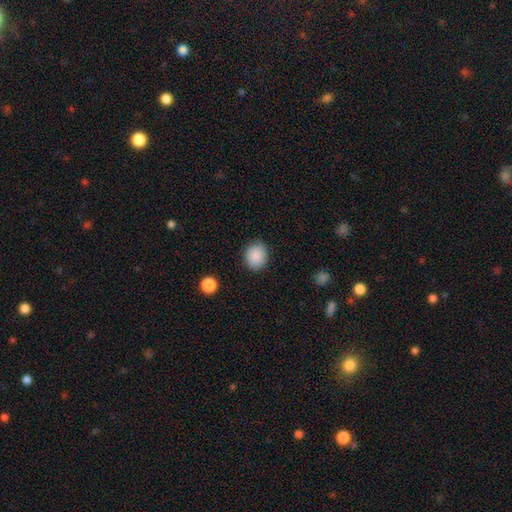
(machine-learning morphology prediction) This appears to be a smooth galaxy with no disk features (89%) that is round (65%). Merging: none (88%).